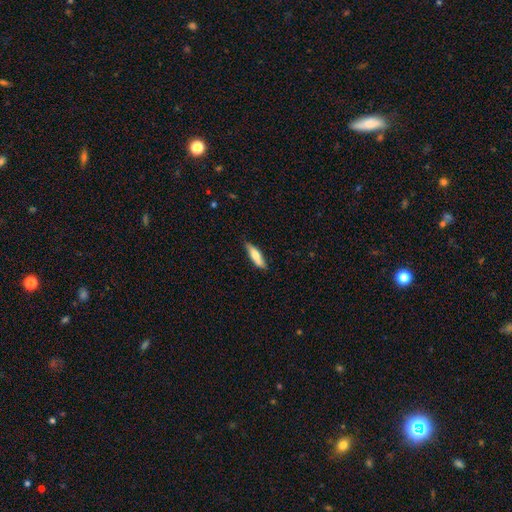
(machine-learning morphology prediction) A smooth galaxy with no disk features (67%) that is cigar-shaped (67%).

Vote fractions:
- Smooth or featured? smooth: 67% / featured or disk: 27% / star or artifact: 5%
- How rounded? cigar-shaped: 67% / in between: 32% / round: 2%
- Merging? none: 83% / minor disturbance: 14% / major disturbance: 2% / merger: 1%